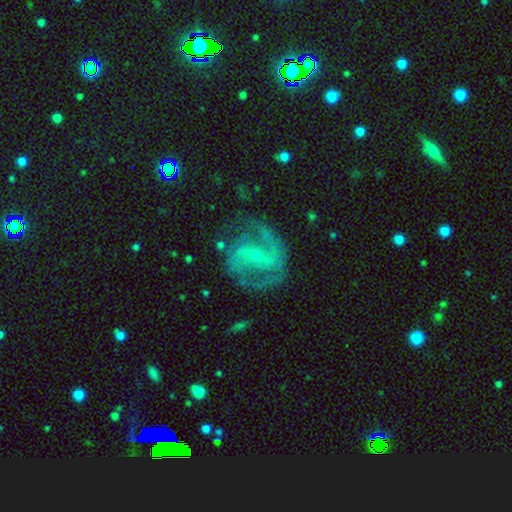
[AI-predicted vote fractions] Smooth or featured: featured or disk — 86% (smooth — 7%)
Edge-on disk: no — 98% (yes — 2%)
Bar: weak — 43% (no — 31%)
Spiral arms: yes — 94% (no — 6%)
Spiral winding: medium — 54% (tight — 27%)
Spiral arm count: 2 — 78% (can't tell — 9%)
Bulge size: small — 80% (moderate — 15%)
Merging: none — 68% (minor disturbance — 18%)